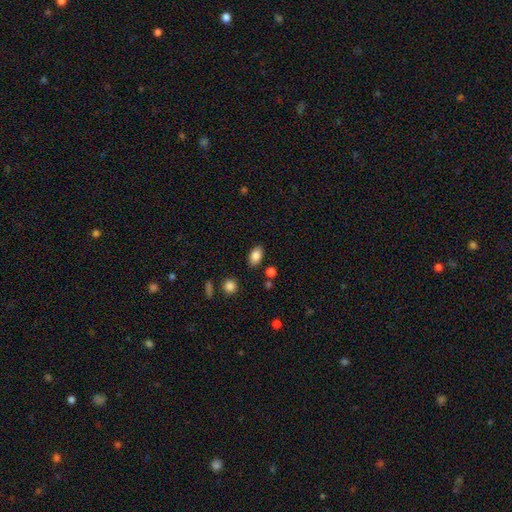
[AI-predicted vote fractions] Smooth or featured? smooth (84%)
How rounded? in between (88%)
Merging? none (83%)